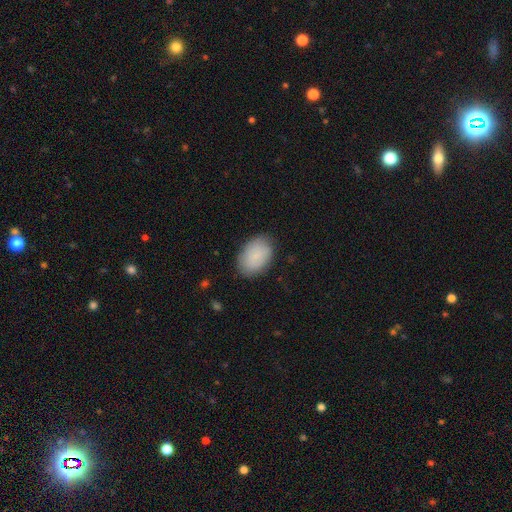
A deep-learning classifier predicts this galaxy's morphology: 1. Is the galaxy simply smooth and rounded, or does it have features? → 86% smooth, 7% featured or disk, 6% star or artifact.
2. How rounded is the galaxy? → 87% in between, 11% round, 1% cigar-shaped.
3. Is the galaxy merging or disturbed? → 83% none, 13% minor disturbance, 3% major disturbance, 1% merger.